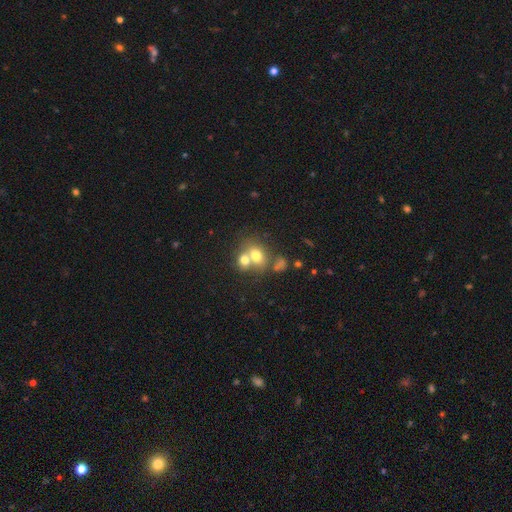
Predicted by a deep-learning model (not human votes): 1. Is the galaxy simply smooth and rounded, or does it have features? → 70% smooth, 18% featured or disk, 12% star or artifact.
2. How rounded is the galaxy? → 50% in between, 49% round, 1% cigar-shaped.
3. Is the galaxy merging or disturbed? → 57% merger, 31% none, 8% minor disturbance, 4% major disturbance.